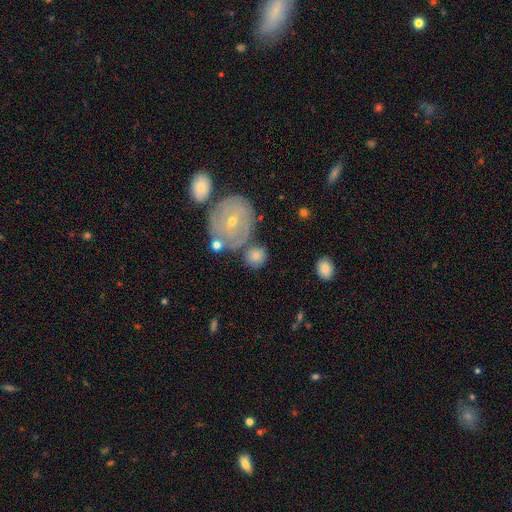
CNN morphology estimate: smooth_or_featured: smooth (p=0.63) [alt: featured or disk p=0.29]
how_rounded: round (p=0.84) [alt: in between p=0.15]
merging: none (p=0.65) [alt: merger p=0.15]